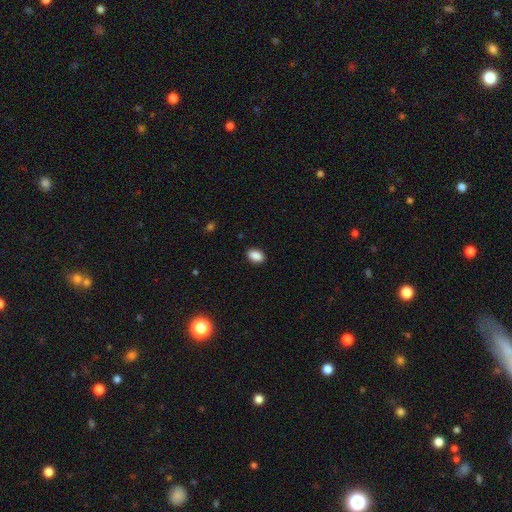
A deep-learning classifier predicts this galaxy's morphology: smooth 89%, star or artifact 8%, featured or disk 3%. Down the decision tree: how rounded — in between (88%); merging — none (88%).